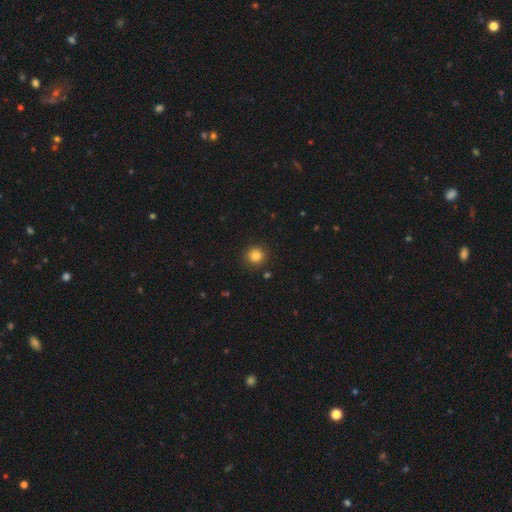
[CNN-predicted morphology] Smooth or featured? Predicted: smooth (p=0.83). How rounded? Predicted: round (p=0.93). Merging? Predicted: none (p=0.91).